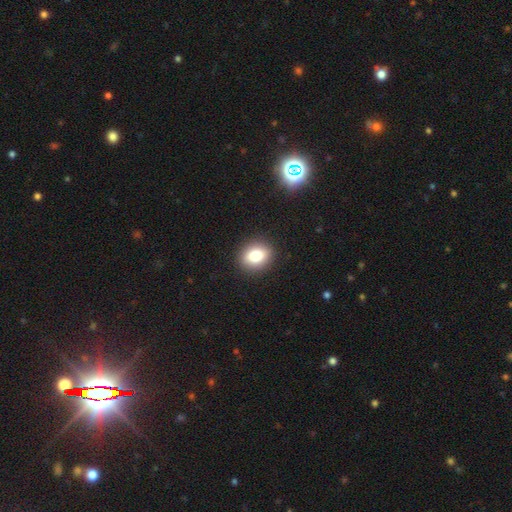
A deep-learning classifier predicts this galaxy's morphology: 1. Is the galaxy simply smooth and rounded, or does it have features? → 81% smooth, 11% star or artifact, 9% featured or disk.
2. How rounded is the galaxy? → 58% round, 41% in between, 1% cigar-shaped.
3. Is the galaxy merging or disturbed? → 90% none, 7% minor disturbance, 2% major disturbance, 1% merger.